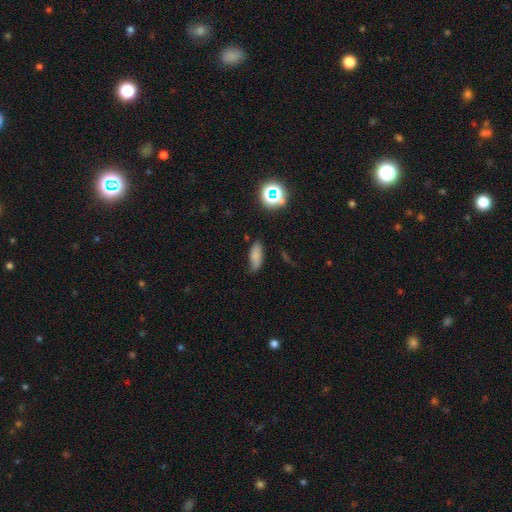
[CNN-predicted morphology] This appears to be a smooth galaxy with no disk features (72%) that is in between round and cigar-shaped (73%). Merging: none (66%).